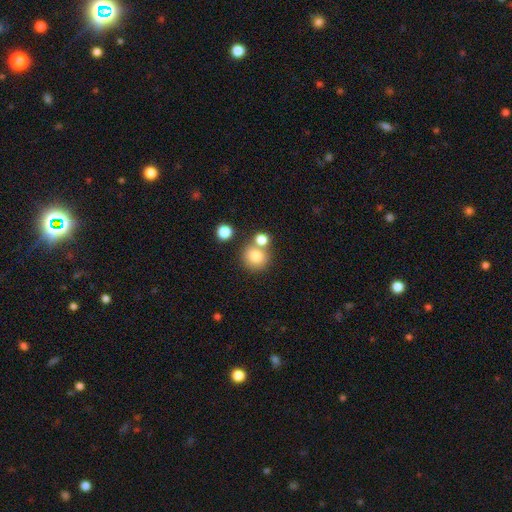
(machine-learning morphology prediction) The model was most divided on "merging": none: 62%, merger: 26%, minor disturbance: 9%, major disturbance: 3%. More confident: how rounded — round (89%); smooth or featured — smooth (79%).